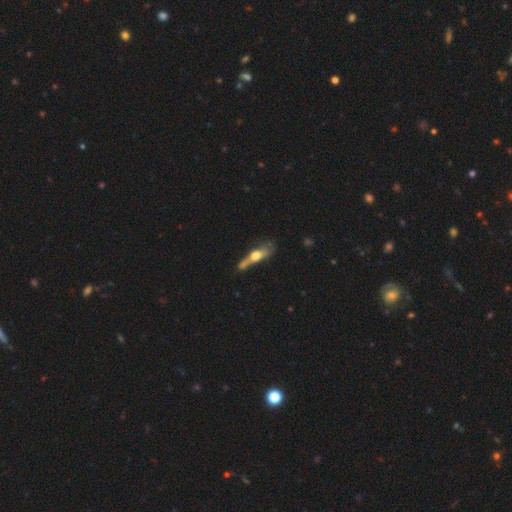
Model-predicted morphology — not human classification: This appears to be a featured or disk galaxy (50%) viewed edge-on (62%). Merging: none (35%).